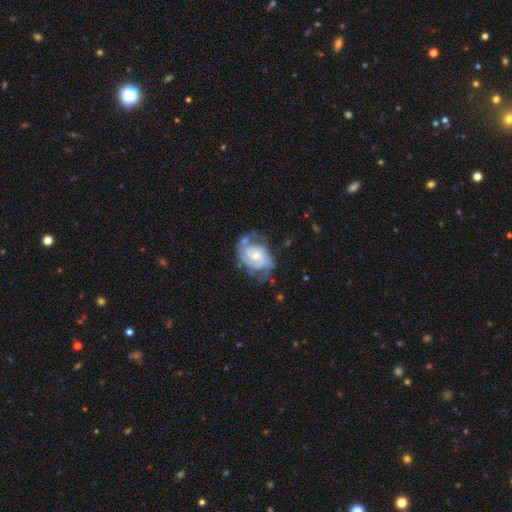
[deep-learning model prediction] The model was most divided on "spiral winding": tight: 54%, medium: 36%, loose: 10%. More confident: edge-on disk — no (98%); spiral arms — yes (95%); smooth or featured — featured or disk (86%); bar — no (64%); bulge size — small (57%); spiral arm count — 2 (56%); merging — none (51%).